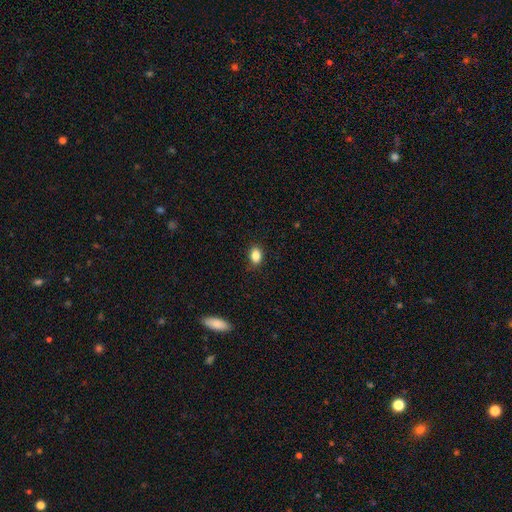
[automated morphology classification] smooth 86%, star or artifact 9%, featured or disk 5%. Down the decision tree: how rounded — in between (78%); merging — none (85%).